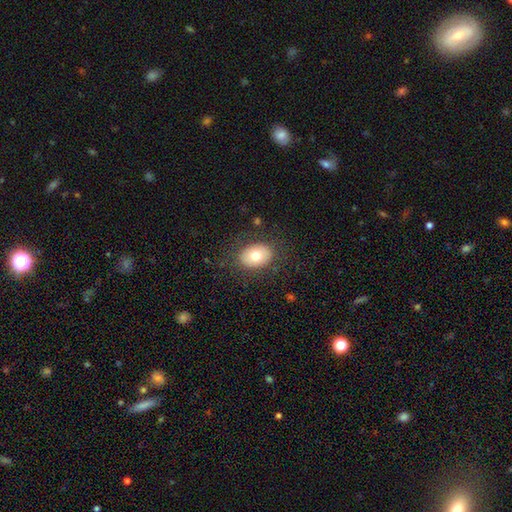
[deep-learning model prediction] Smooth or featured?
  - smooth: 73% *
  - featured or disk: 19%
  - star or artifact: 8%
How rounded?
  - in between: 72% *
  - round: 27%
  - cigar-shaped: 1%
Merging?
  - none: 83% *
  - minor disturbance: 12%
  - major disturbance: 4%
  - merger: 1%